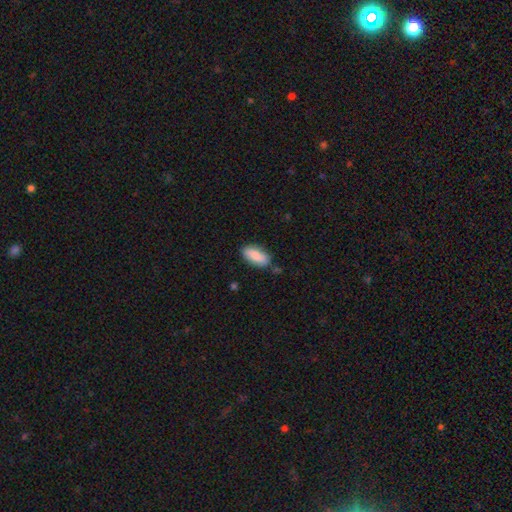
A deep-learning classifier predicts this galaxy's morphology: smooth-or-featured: smooth: 86% | featured or disk: 8% | star or artifact: 6%
  how-rounded: in between: 85% | cigar-shaped: 13% | round: 2%
  merging: none: 80% | minor disturbance: 14% | merger: 3% | major disturbance: 3%